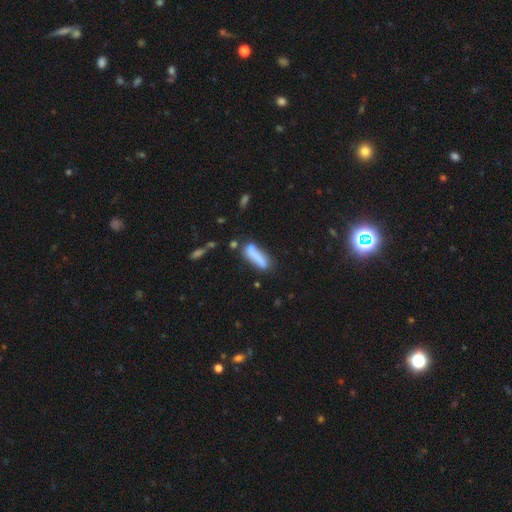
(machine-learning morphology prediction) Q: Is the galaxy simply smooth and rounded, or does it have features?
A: smooth — 76%.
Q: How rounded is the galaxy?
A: cigar-shaped — 65%.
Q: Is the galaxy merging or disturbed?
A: none — 56%.